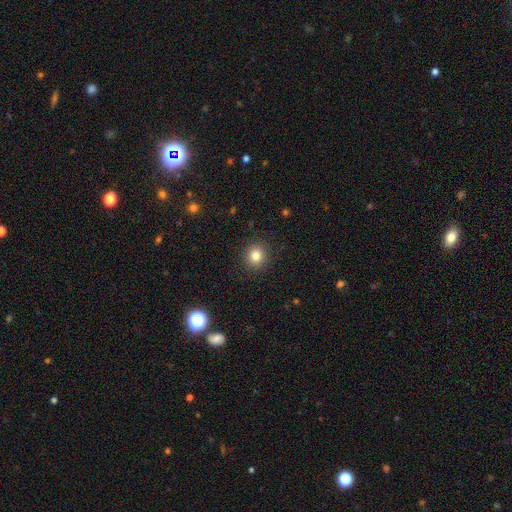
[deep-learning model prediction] A smooth galaxy with no disk features (82%) that is round (84%). Merging: none (90%).